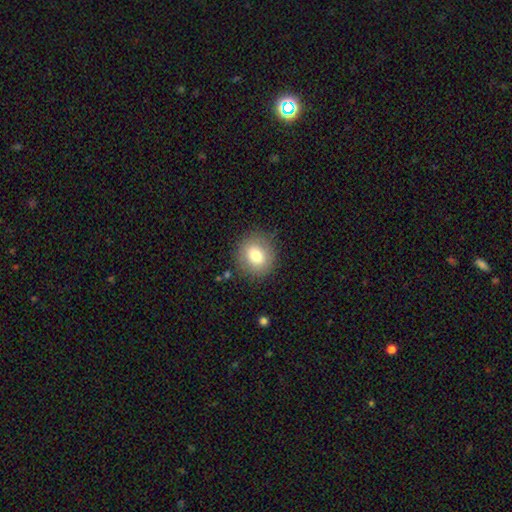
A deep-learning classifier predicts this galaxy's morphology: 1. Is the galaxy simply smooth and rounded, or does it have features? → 77% smooth, 14% featured or disk, 9% star or artifact.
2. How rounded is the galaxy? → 83% round, 16% in between, 1% cigar-shaped.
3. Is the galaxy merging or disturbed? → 84% none, 11% minor disturbance, 4% major disturbance, 1% merger.